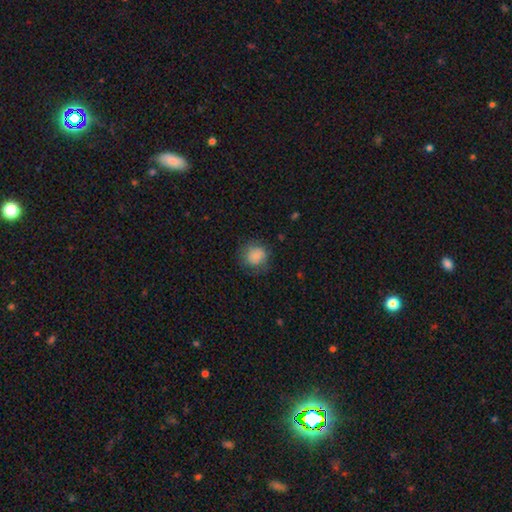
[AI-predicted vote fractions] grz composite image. It shows a smooth galaxy with no disk features (84%) that is round (83%). Merging: none (74%).